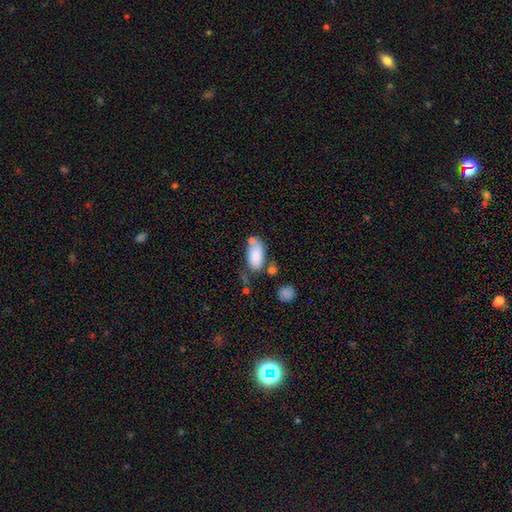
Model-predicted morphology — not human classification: Q: Smooth or featured?
A: smooth (82%); runner-up: featured or disk (11%)
Q: How rounded?
A: in between (92%); runner-up: cigar-shaped (5%)
Q: Merging?
A: none (51%); runner-up: minor disturbance (21%)